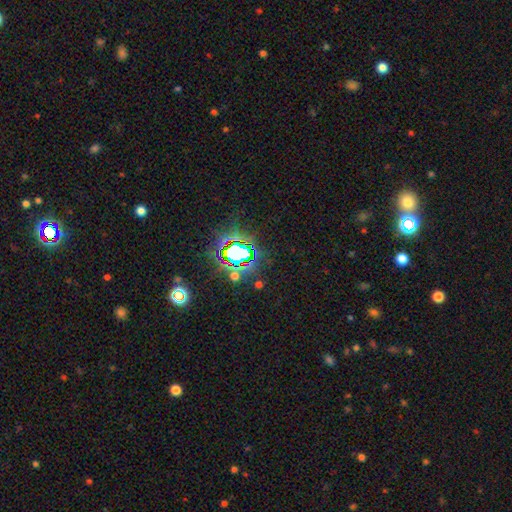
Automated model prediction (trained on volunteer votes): This is likely a star or artifact rather than a galaxy (80%).